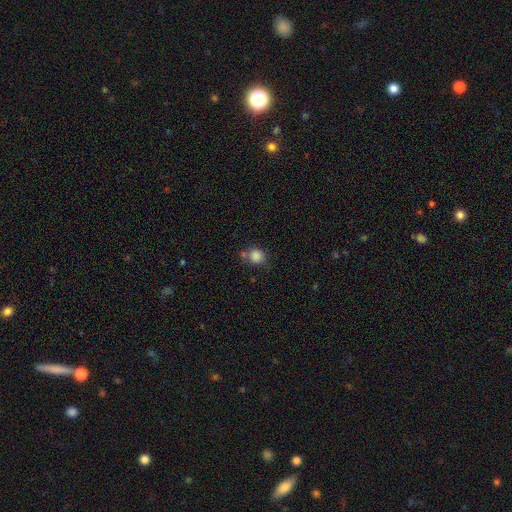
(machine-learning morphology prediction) type=smooth (84%); roundness=round (75%); merging=none (62%).